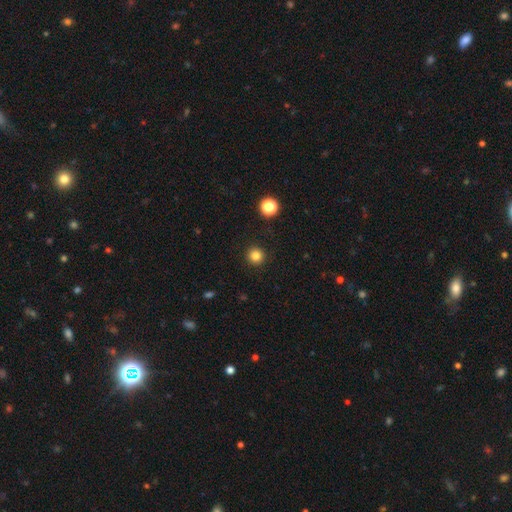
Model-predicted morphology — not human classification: This is clearly a smooth galaxy (83%). How rounded: clearly round (96%). Merging: clearly none (92%).